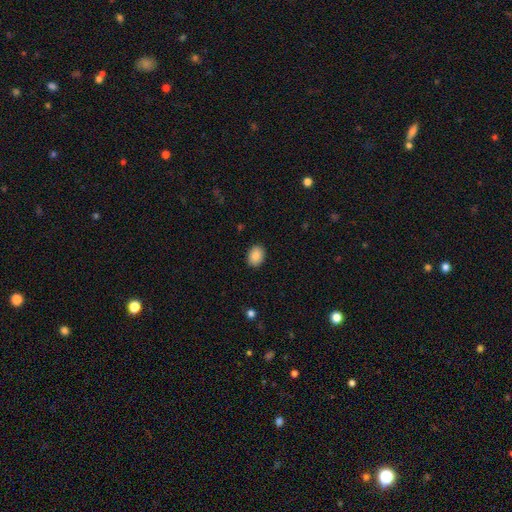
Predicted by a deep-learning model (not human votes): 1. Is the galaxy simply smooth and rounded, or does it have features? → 87% smooth, 8% star or artifact, 6% featured or disk.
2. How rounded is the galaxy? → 70% in between, 29% round, 1% cigar-shaped.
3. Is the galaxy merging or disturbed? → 89% none, 8% minor disturbance, 2% major disturbance, 1% merger.